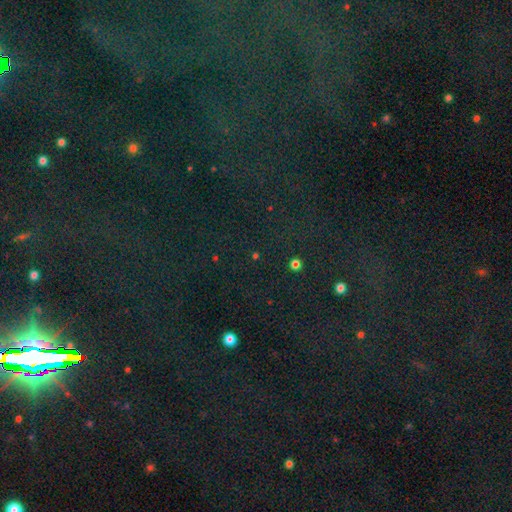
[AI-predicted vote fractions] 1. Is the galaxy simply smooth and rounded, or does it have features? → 74% star or artifact, 19% smooth, 8% featured or disk.